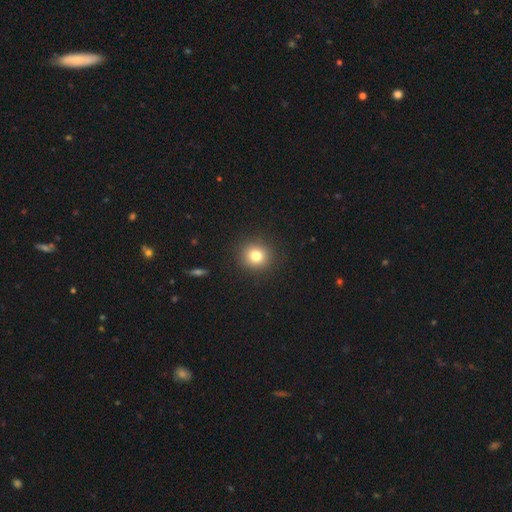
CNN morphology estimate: This is likely a smooth galaxy (79%). How rounded: clearly round (90%). Merging: clearly none (91%).